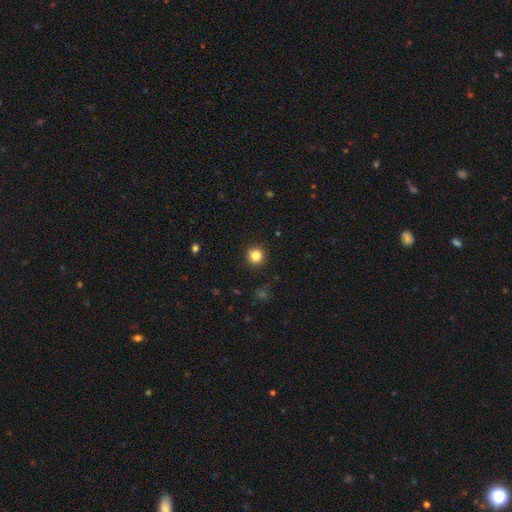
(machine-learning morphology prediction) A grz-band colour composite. It shows a smooth galaxy with no disk features (83%) that is round (92%). Merging: none (90%).